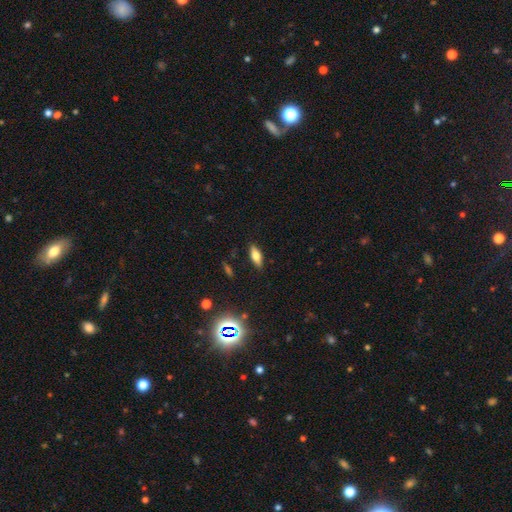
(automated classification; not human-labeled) Smooth or featured: smooth — 61% (featured or disk — 27%)
How rounded: in between — 71% (cigar-shaped — 26%)
Merging: none — 87% (minor disturbance — 9%)